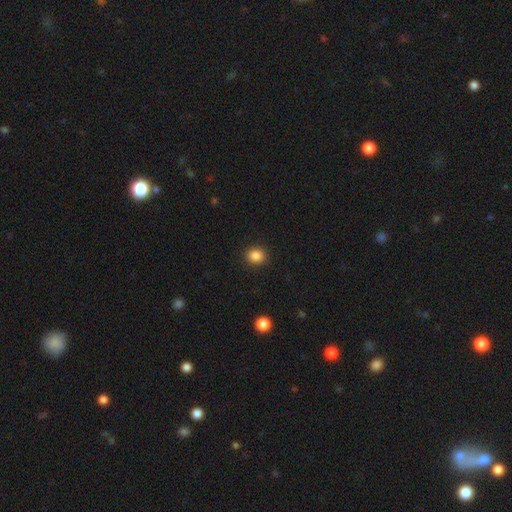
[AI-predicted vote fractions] The model was most divided on "how rounded": round: 77%, in between: 22%, cigar-shaped: 1%. More confident: merging — none (91%); smooth or featured — smooth (86%).